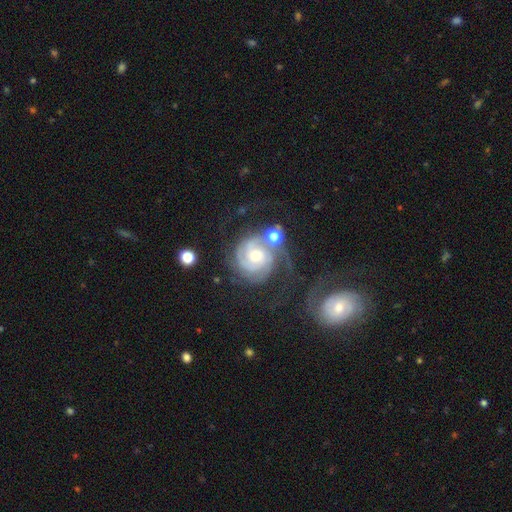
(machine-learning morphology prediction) Smooth or featured? Predicted: featured or disk (p=0.86). Edge-on disk? Predicted: no (p=0.98). Bar? Predicted: no (p=0.68). Spiral arms? Predicted: yes (p=0.97). Spiral winding? Predicted: tight (p=0.63). Spiral arm count? Predicted: 3 (p=0.33). Bulge size? Predicted: moderate (p=0.53). Merging? Predicted: none (p=0.46).